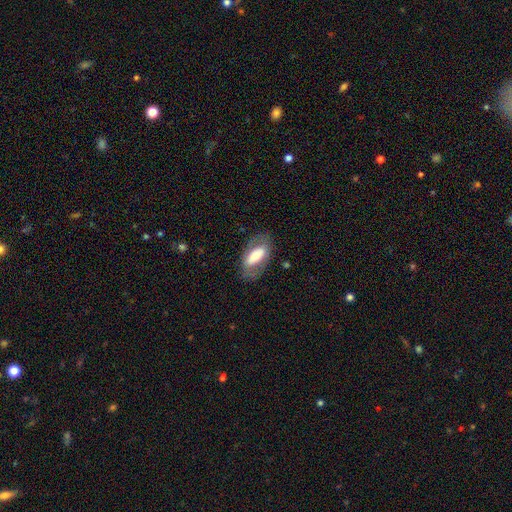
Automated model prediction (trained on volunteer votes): This appears to be a smooth galaxy with no disk features (50%). Merging: none (74%).